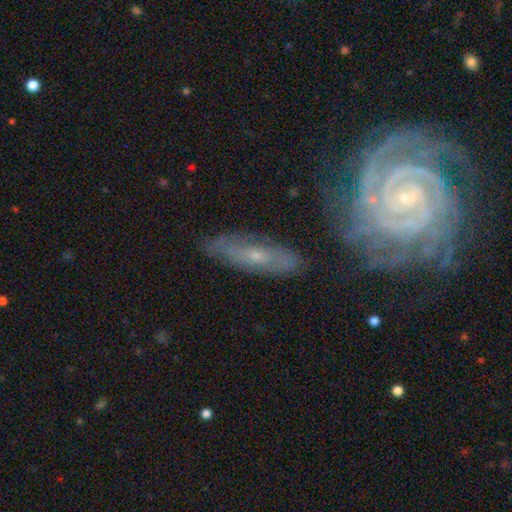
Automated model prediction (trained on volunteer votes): featured or disk 63%, smooth 29%, star or artifact 8%. Down the decision tree: edge-on disk — no (69%); merging — none (75%).